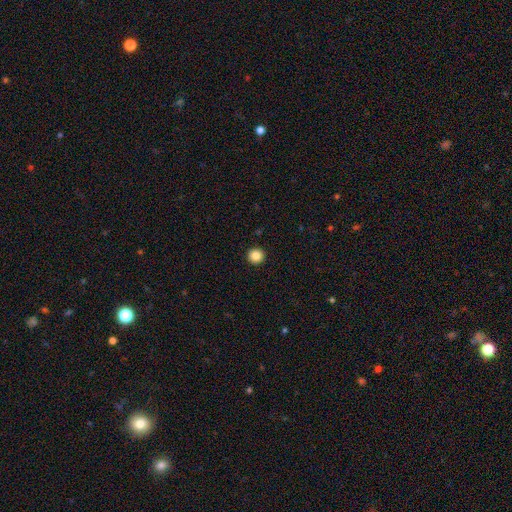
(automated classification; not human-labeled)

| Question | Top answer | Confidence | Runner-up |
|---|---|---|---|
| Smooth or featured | smooth | 85% | star or artifact (10%) |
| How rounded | round | 96% | in between (3%) |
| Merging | none | 94% | minor disturbance (4%) |